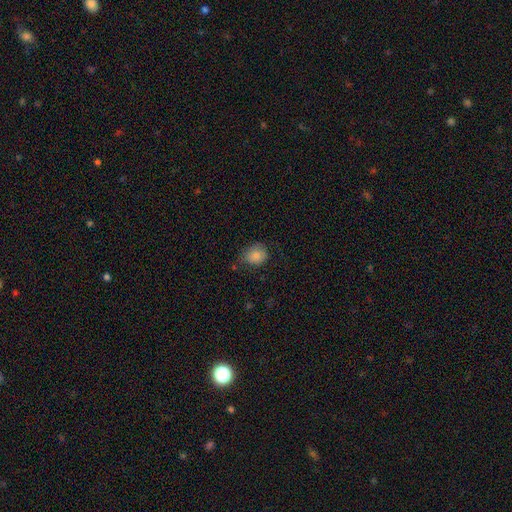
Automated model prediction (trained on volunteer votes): smooth_or_featured: smooth (p=0.85) [alt: star or artifact p=0.09]
how_rounded: round (p=0.60) [alt: in between p=0.39]
merging: none (p=0.66) [alt: minor disturbance p=0.26]